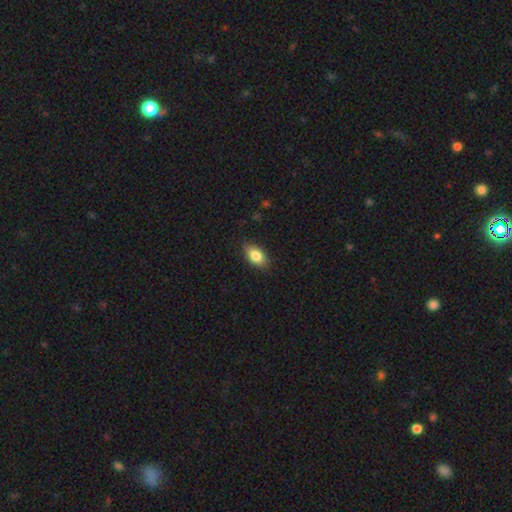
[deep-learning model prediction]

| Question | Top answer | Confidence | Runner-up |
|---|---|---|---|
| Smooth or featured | smooth | 83% | featured or disk (9%) |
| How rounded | in between | 90% | round (7%) |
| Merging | none | 85% | minor disturbance (12%) |